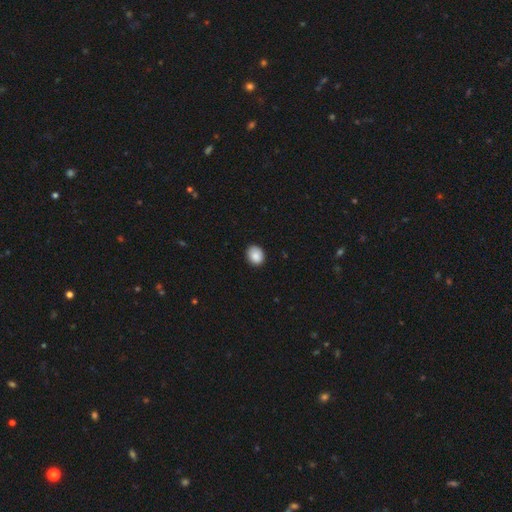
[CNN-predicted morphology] A smooth galaxy with no disk features (88%) that is round (62%). Merging: none (88%).